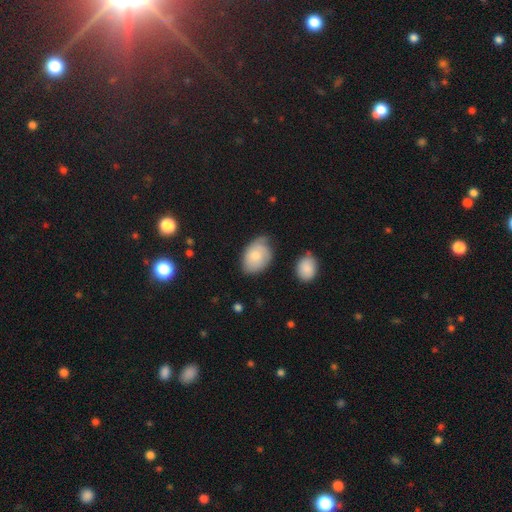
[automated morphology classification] Smooth or featured? smooth (70%)
How rounded? in between (82%)
Merging? none (53%)